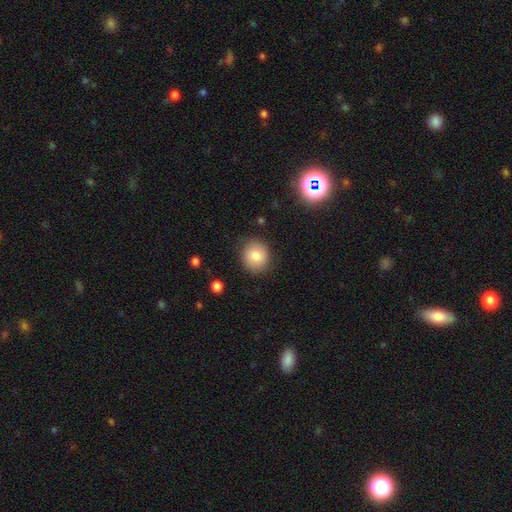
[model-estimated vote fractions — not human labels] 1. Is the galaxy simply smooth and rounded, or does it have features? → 81% smooth, 11% featured or disk, 9% star or artifact.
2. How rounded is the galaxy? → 82% round, 18% in between, 1% cigar-shaped.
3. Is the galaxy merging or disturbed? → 84% none, 11% minor disturbance, 3% major disturbance, 1% merger.